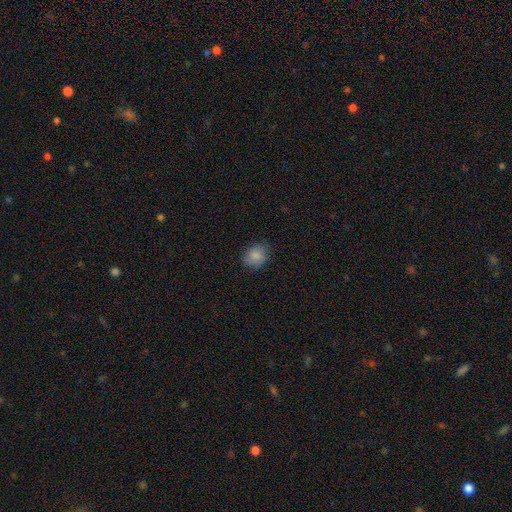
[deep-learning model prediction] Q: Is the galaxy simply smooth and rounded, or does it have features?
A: smooth — 86%.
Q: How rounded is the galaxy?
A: round — 56%.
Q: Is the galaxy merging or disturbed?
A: none — 79%.